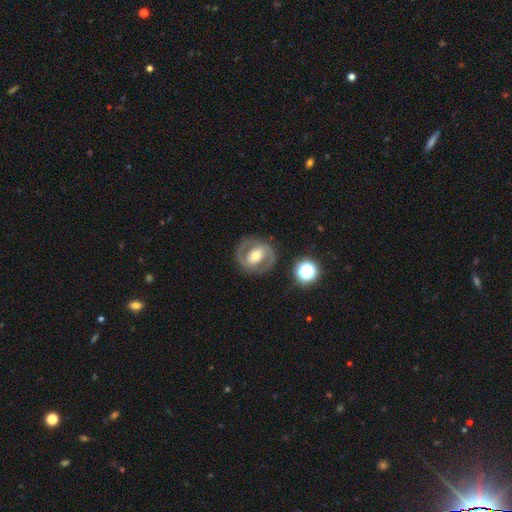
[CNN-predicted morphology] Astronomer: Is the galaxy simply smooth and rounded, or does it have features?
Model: featured or disk — 76%.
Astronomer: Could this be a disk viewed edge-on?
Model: no — 97%.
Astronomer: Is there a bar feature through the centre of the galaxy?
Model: weak — 37% (runner-up: strong, 36%).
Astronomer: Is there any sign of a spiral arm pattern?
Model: yes — 79%.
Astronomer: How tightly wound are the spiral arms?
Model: medium — 49% (runner-up: tight, 38%).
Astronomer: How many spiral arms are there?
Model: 2 — 88%.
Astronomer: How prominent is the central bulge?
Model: moderate — 69%.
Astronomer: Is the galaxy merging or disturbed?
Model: none — 83%.